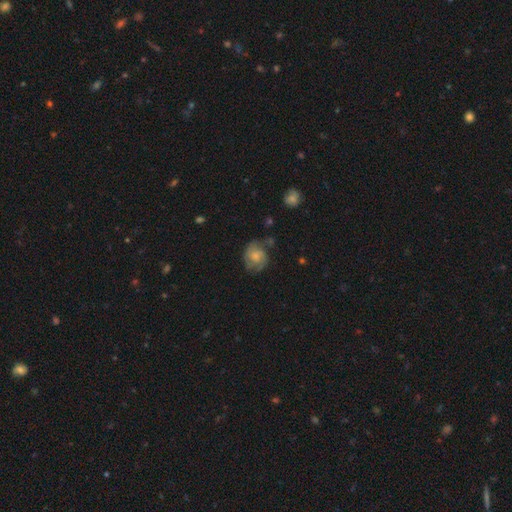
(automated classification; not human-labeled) Overall: featured or disk (54%; smooth 38%). Edge-on disk: no (97%). Bar: no (71%). Spiral arms: yes (84%). Bulge size: moderate (37%; small 29%). Merging: none (59%; minor disturbance 25%).